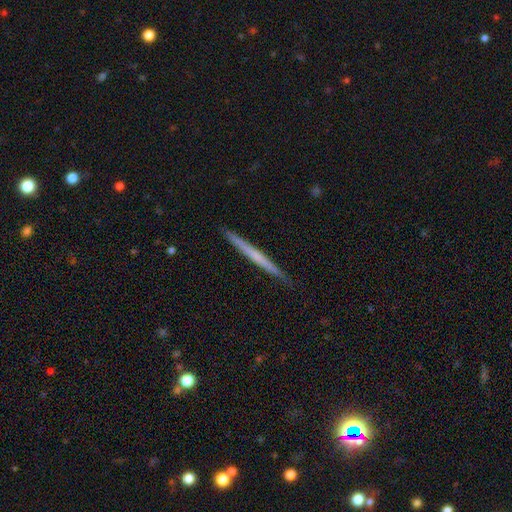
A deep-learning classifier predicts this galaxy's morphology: This is possibly a featured or disk galaxy (50%). Merging: clearly none (90%).